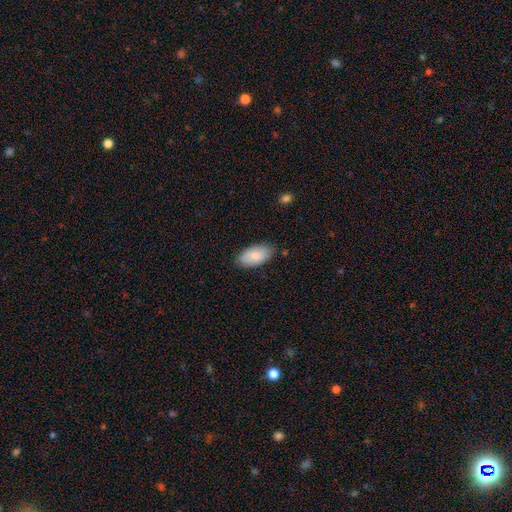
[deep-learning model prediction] A smooth galaxy with no disk features (80%) that is in between round and cigar-shaped (95%).

Vote fractions:
- Smooth or featured? smooth: 80% / featured or disk: 14% / star or artifact: 6%
- How rounded? in between: 95% / round: 3% / cigar-shaped: 2%
- Merging? none: 83% / minor disturbance: 13% / major disturbance: 2% / merger: 1%